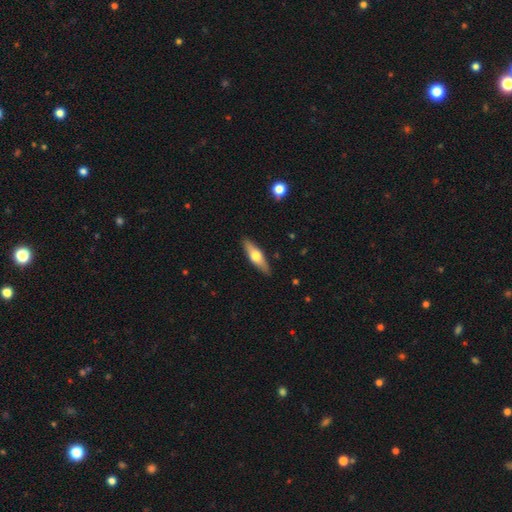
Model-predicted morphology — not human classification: Smooth or featured?
  - smooth: 49% *
  - featured or disk: 46%
  - star or artifact: 5%
Merging?
  - none: 89% *
  - minor disturbance: 9%
  - major disturbance: 2%
  - merger: 1%